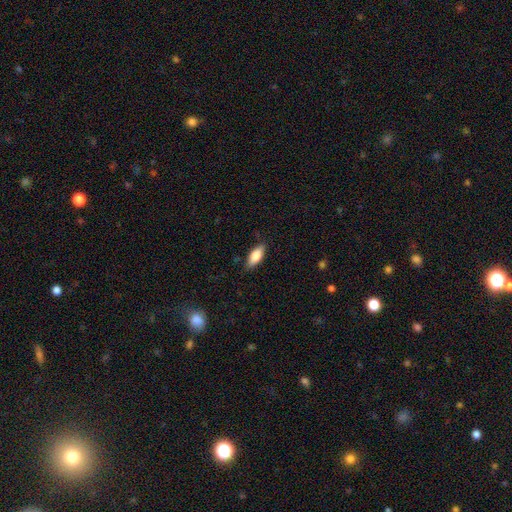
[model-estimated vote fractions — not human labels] Morphology: type=smooth (80%); roundness=in between (79%); merging=none (83%).